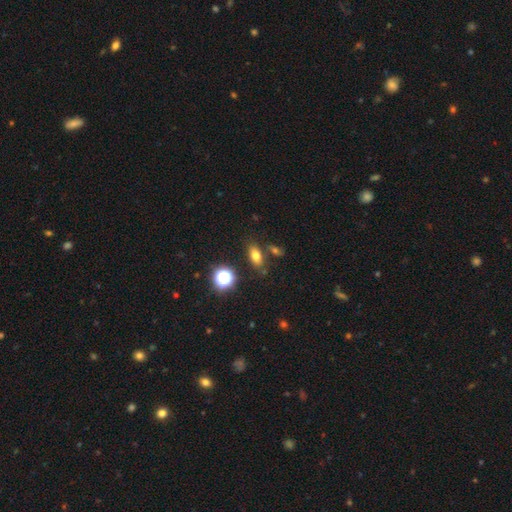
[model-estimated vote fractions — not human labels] Smooth or featured? Predicted: smooth (p=0.71). How rounded? Predicted: in between (p=0.77). Merging? Predicted: none (p=0.76).